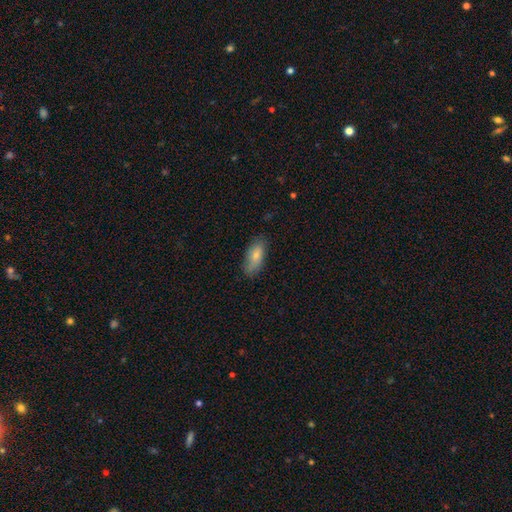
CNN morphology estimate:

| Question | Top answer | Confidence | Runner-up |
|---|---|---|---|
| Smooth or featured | smooth | 80% | featured or disk (13%) |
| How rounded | in between | 83% | cigar-shaped (14%) |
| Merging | none | 77% | minor disturbance (18%) |